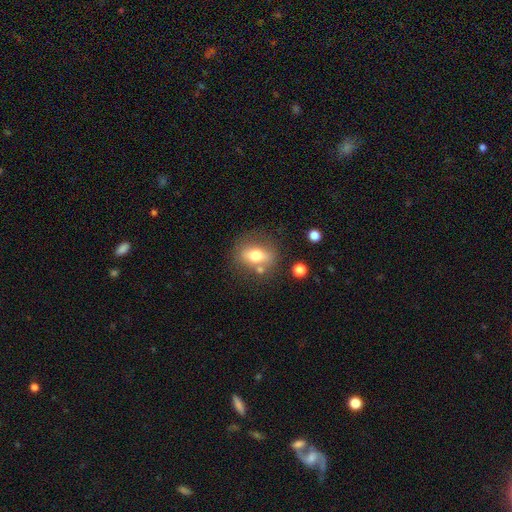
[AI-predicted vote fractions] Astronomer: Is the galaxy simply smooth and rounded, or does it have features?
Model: smooth — 64%.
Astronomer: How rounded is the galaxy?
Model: in between — 65%.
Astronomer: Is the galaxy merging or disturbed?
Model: none — 66%.